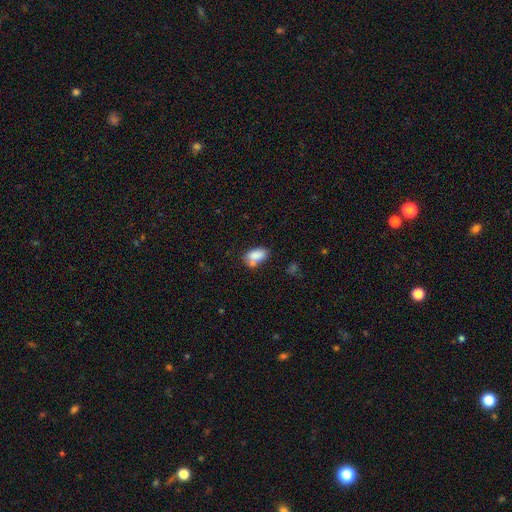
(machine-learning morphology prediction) This appears to be a smooth galaxy with no disk features (82%) that is in between round and cigar-shaped (90%). Merging: none (49%).